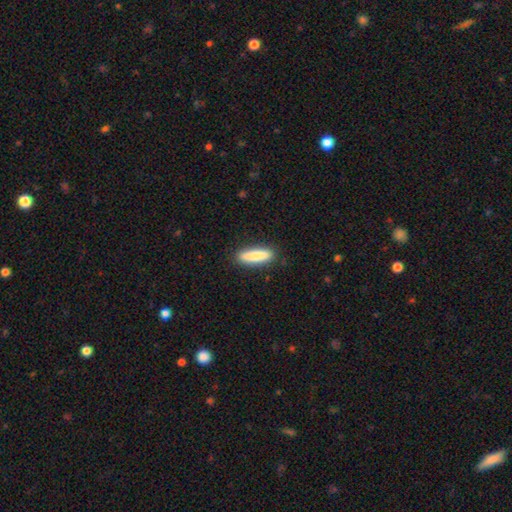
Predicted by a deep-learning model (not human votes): Smooth or featured?
  - smooth: 83% *
  - featured or disk: 11%
  - star or artifact: 6%
How rounded?
  - cigar-shaped: 72% *
  - in between: 27%
  - round: 2%
Merging?
  - none: 89% *
  - minor disturbance: 8%
  - major disturbance: 2%
  - merger: 1%